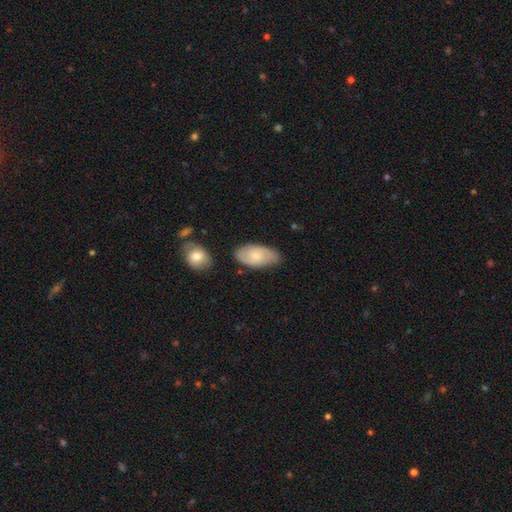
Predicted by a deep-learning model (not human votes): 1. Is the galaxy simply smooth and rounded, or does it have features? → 69% smooth, 25% featured or disk, 6% star or artifact.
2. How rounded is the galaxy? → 94% in between, 3% round, 2% cigar-shaped.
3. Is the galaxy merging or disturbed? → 70% none, 21% minor disturbance, 4% merger, 4% major disturbance.